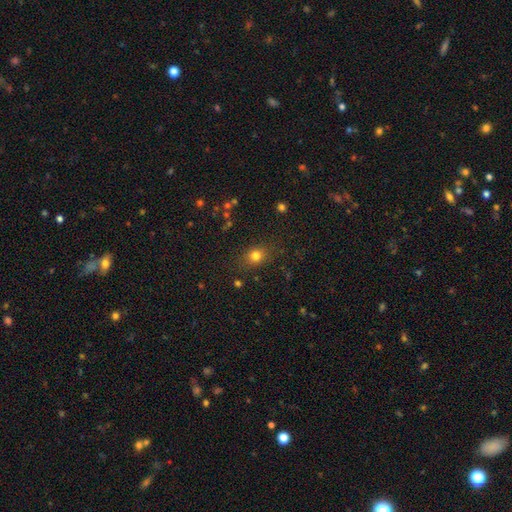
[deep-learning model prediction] Overall: smooth (78%). How rounded: round (59%; in between 40%). Merging: none (82%).